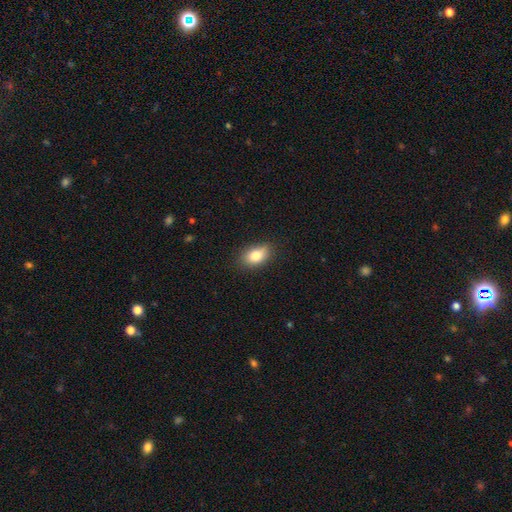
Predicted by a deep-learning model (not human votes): smooth_or_featured: smooth (p=0.81) [alt: featured or disk p=0.11]
how_rounded: in between (p=0.85) [alt: round p=0.12]
merging: none (p=0.77) [alt: minor disturbance p=0.18]